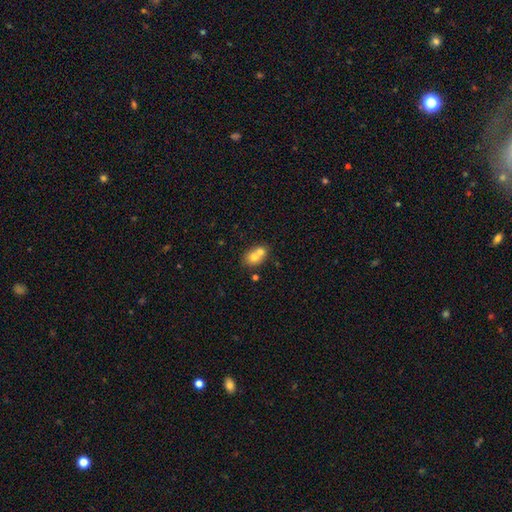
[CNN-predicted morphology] Q: Smooth or featured?
A: smooth (69%); runner-up: featured or disk (21%)
Q: How rounded?
A: round (54%); runner-up: in between (45%)
Q: Merging?
A: merger (62%); runner-up: none (28%)